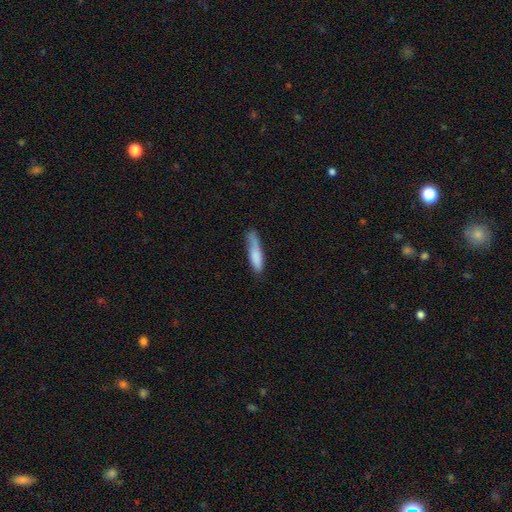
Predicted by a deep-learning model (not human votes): Smooth or featured? Predicted: smooth (p=0.80). How rounded? Predicted: cigar-shaped (p=0.76). Merging? Predicted: none (p=0.52).